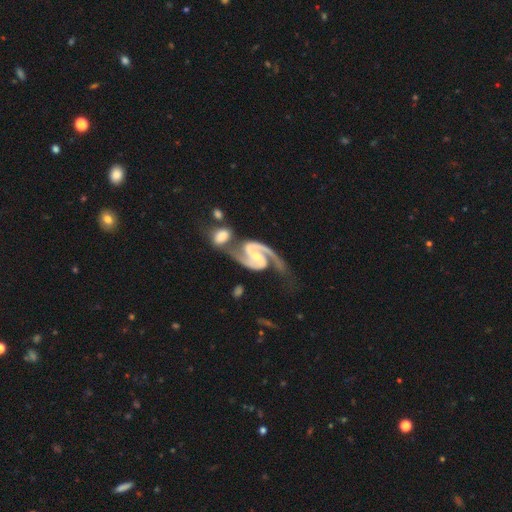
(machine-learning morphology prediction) This is clearly a featured or disk galaxy (94%). It is clearly not viewed edge-on (98%). Bar: marginally weak (39%). Spiral arm pattern: clearly yes (99%). Spiral arm count: clearly 2 (94%). Spiral winding: likely medium (60%). Central bulge: possibly small (57%). Merging: marginally none (38%).